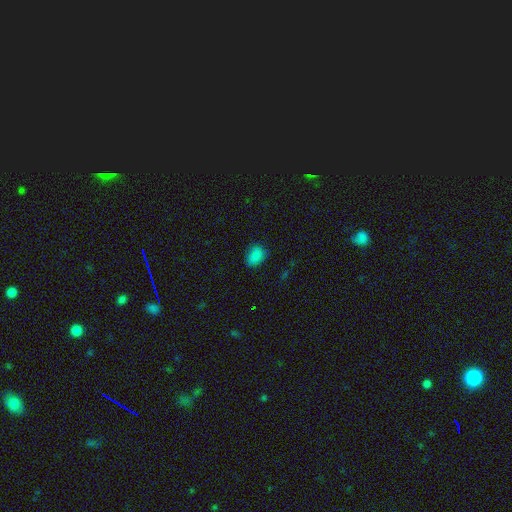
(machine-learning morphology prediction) Q: Smooth or featured?
A: smooth (84%); runner-up: star or artifact (13%)
Q: How rounded?
A: in between (81%); runner-up: round (18%)
Q: Merging?
A: none (78%); runner-up: minor disturbance (17%)